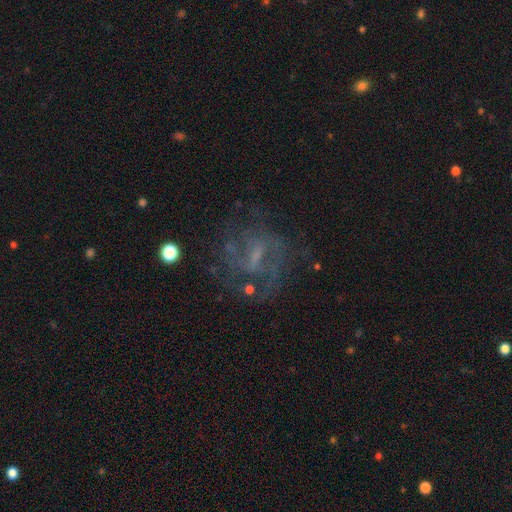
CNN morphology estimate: type=featured or disk (70%); edge-on=no (96%); bar=weak (52%); spiral arms=yes (72%); bulge=small (45%); merging=none (61%).